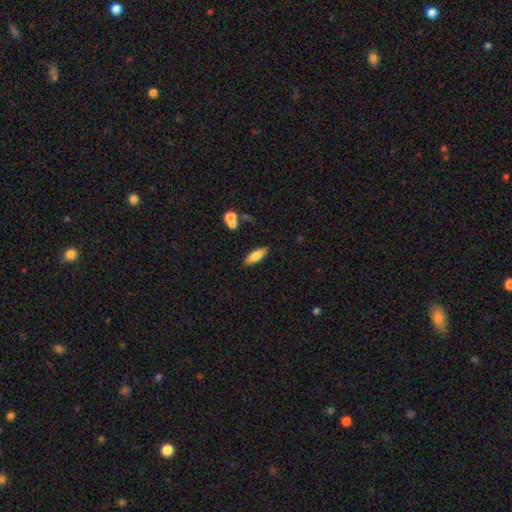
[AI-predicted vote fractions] This appears to be a smooth galaxy with no disk features (72%) that is in between round and cigar-shaped (61%). Merging: none (83%).